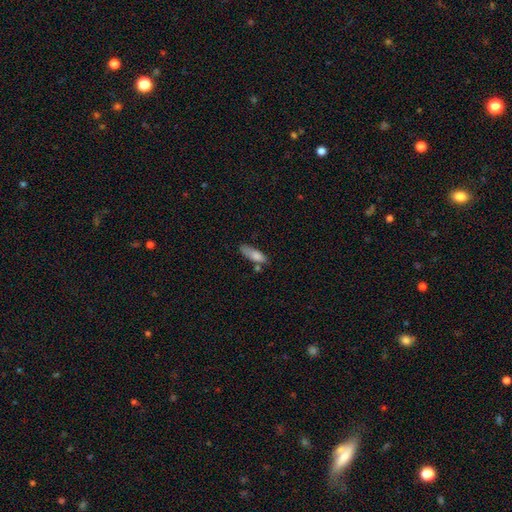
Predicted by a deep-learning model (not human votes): Smooth or featured? Predicted: smooth (p=0.79). How rounded? Predicted: in between (p=0.61). Merging? Predicted: none (p=0.52).